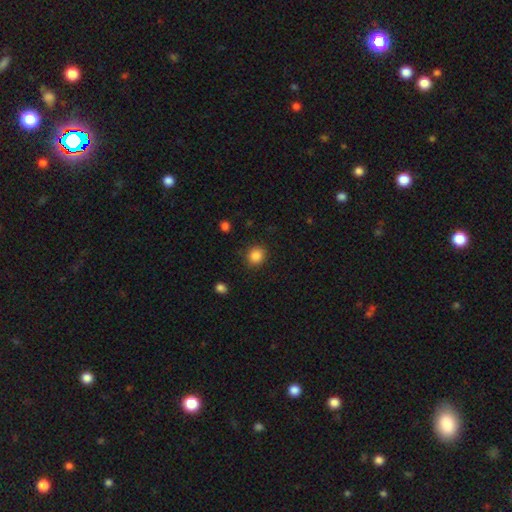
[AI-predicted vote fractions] Smooth or featured? smooth (86%)
How rounded? round (86%)
Merging? none (88%)